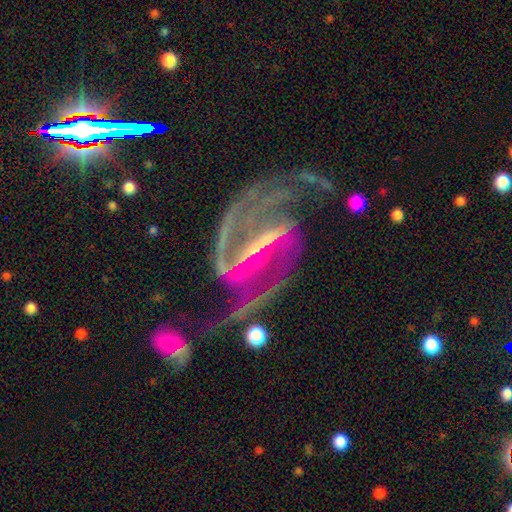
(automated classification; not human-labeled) Smooth or featured?
  - featured or disk: 93% *
  - star or artifact: 5%
  - smooth: 2%
Edge-on disk?
  - no: 97% *
  - yes: 3%
Bar?
  - strong: 77% *
  - weak: 18%
  - no: 6%
Spiral arms?
  - yes: 98% *
  - no: 2%
Spiral winding?
  - medium: 57% *
  - tight: 22%
  - loose: 21%
Spiral arm count?
  - 2: 86% *
  - 3: 5%
  - can't tell: 3%
  - 1: 2%
  - 4: 2%
  - more than 4: 2%
Bulge size?
  - small: 77% *
  - moderate: 12%
  - none: 9%
  - large: 1%
  - dominant: 1%
Merging?
  - none: 55% *
  - major disturbance: 20%
  - minor disturbance: 18%
  - merger: 7%